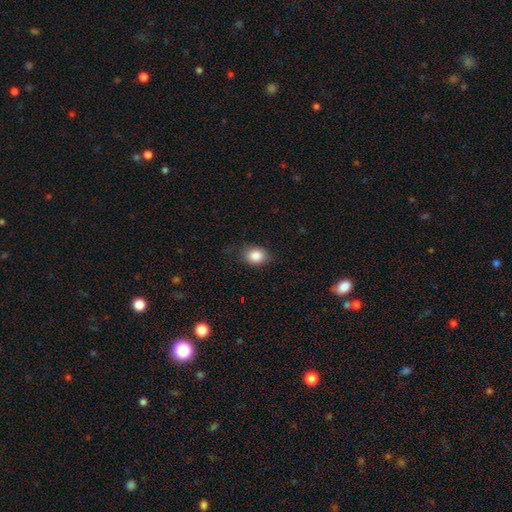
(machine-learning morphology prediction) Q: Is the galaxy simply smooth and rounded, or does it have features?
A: smooth — 86%.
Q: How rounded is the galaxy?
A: in between — 54%.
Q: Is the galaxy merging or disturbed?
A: none — 75%.